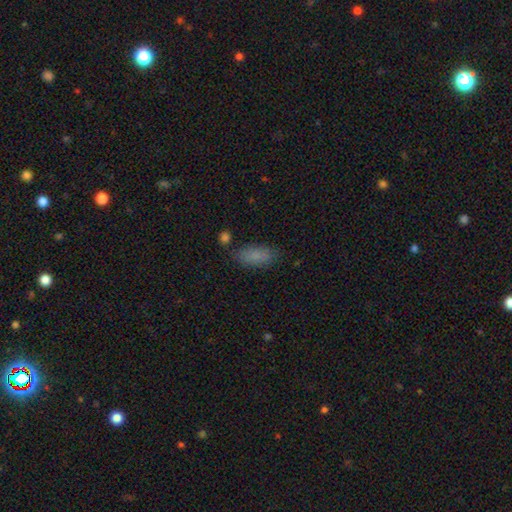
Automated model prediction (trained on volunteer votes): A smooth galaxy with no disk features (83%) that is in between round and cigar-shaped (84%).

Vote fractions:
- Smooth or featured? smooth: 83% / star or artifact: 9% / featured or disk: 8%
- How rounded? in between: 84% / cigar-shaped: 14% / round: 3%
- Merging? none: 79% / minor disturbance: 14% / merger: 4% / major disturbance: 4%